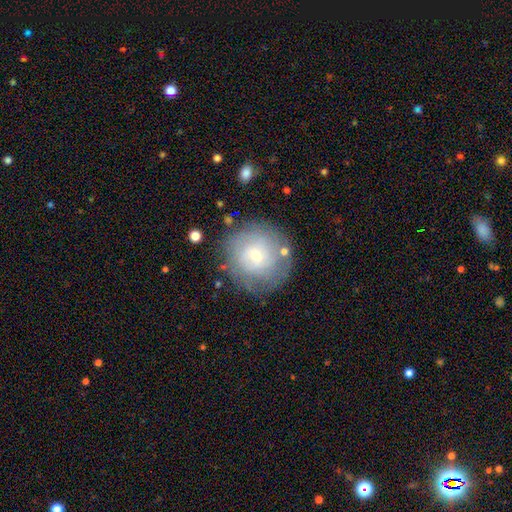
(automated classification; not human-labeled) Overall: featured or disk (50%; smooth 41%). Merging: none (77%).